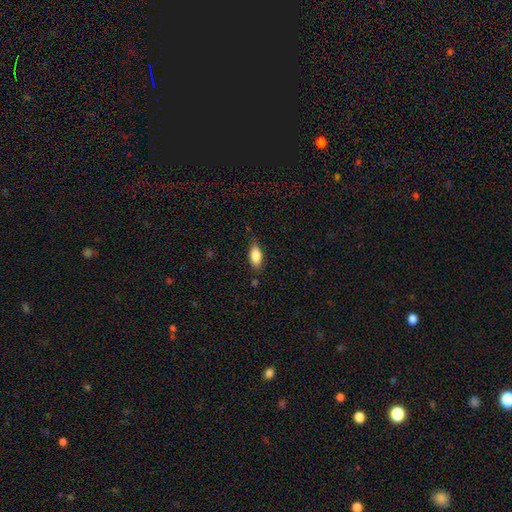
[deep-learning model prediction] A smooth galaxy with no disk features (84%) that is in between round and cigar-shaped (85%). Merging: none (76%).